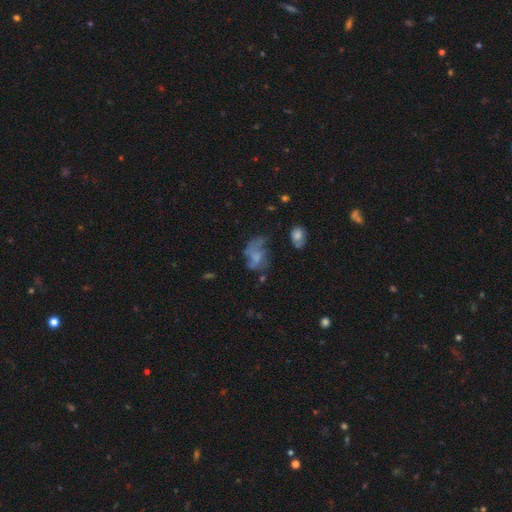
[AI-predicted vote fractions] smooth_or_featured: smooth (p=0.47) [alt: featured or disk p=0.40]
merging: major disturbance (p=0.38) [alt: none p=0.30]